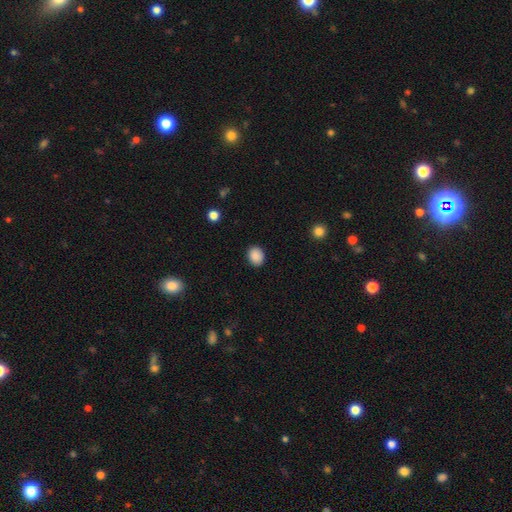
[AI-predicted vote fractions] This appears to be a smooth galaxy with no disk features (89%) that is in between round and cigar-shaped (50%). Merging: none (88%).